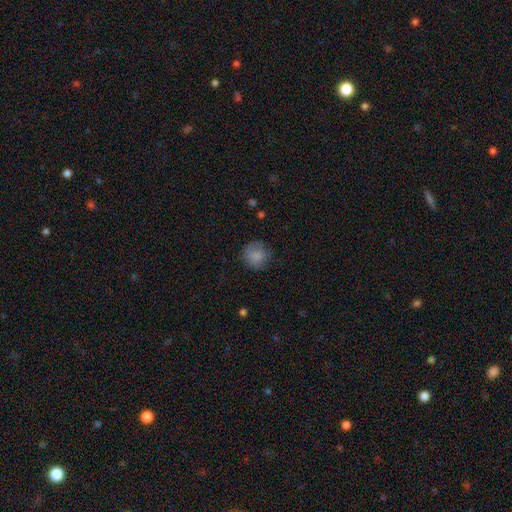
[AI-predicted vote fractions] Overall: smooth (83%). How rounded: round (90%). Merging: none (74%).